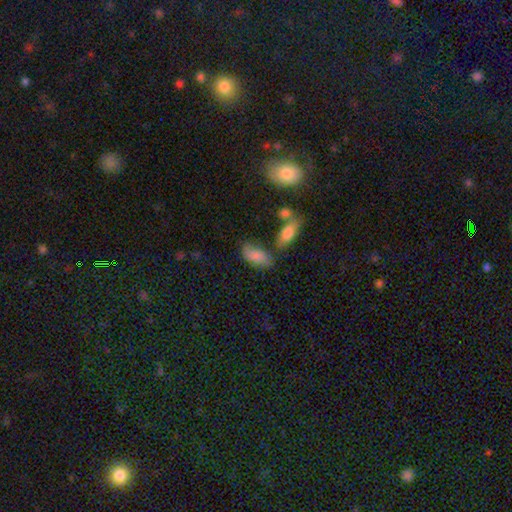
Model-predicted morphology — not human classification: The model was most divided on "merging": none: 50%, minor disturbance: 26%, merger: 14%, major disturbance: 10%. More confident: how rounded — in between (90%); smooth or featured — smooth (79%).